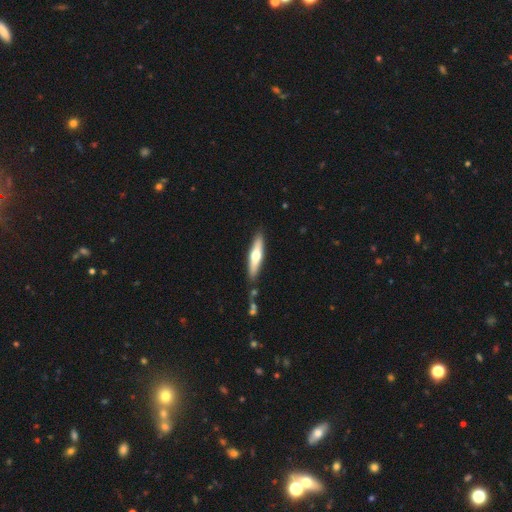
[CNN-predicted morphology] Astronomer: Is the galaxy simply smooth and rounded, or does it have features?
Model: smooth — 48% (runner-up: featured or disk, 47%).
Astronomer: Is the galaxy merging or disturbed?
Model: none — 85%.